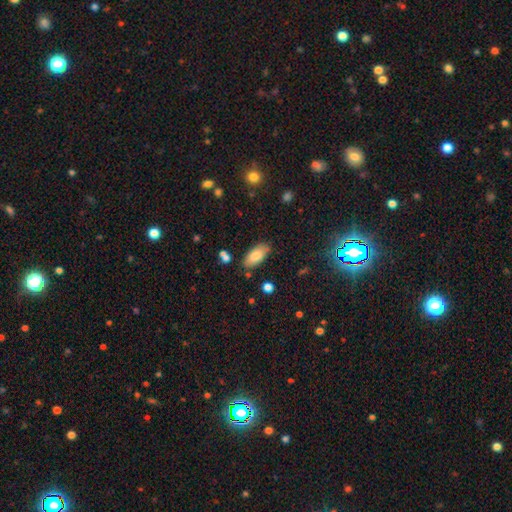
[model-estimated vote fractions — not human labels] smooth_or_featured: smooth (p=0.83) [alt: featured or disk p=0.10]
how_rounded: in between (p=0.88) [alt: cigar-shaped p=0.10]
merging: none (p=0.81) [alt: minor disturbance p=0.13]